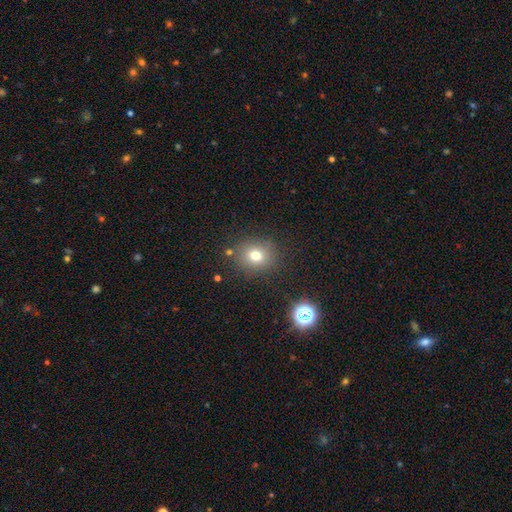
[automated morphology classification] Smooth or featured? Predicted: smooth (p=0.74). How rounded? Predicted: round (p=0.77). Merging? Predicted: none (p=0.83).